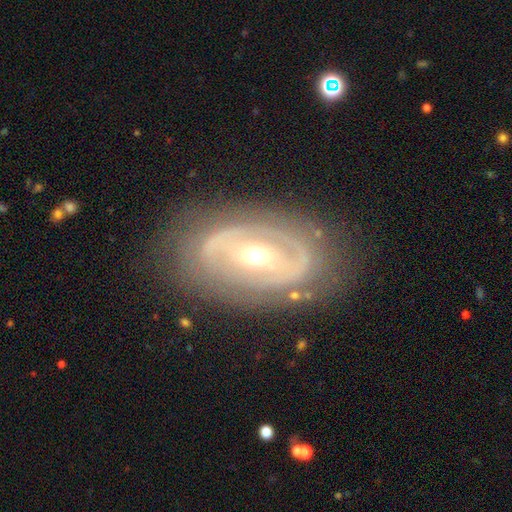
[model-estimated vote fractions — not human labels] Smooth or featured?
  - featured or disk: 80% *
  - smooth: 14%
  - star or artifact: 6%
Edge-on disk?
  - no: 94% *
  - yes: 6%
Bar?
  - weak: 35% * (tied)
  - no: 35% * (tied)
  - strong: 31%
Spiral arms?
  - yes: 65% *
  - no: 35%
Bulge size?
  - moderate: 58% *
  - small: 36%
  - large: 4%
  - dominant: 1%
  - none: 1%
Merging?
  - none: 73% *
  - minor disturbance: 16%
  - major disturbance: 9%
  - merger: 2%